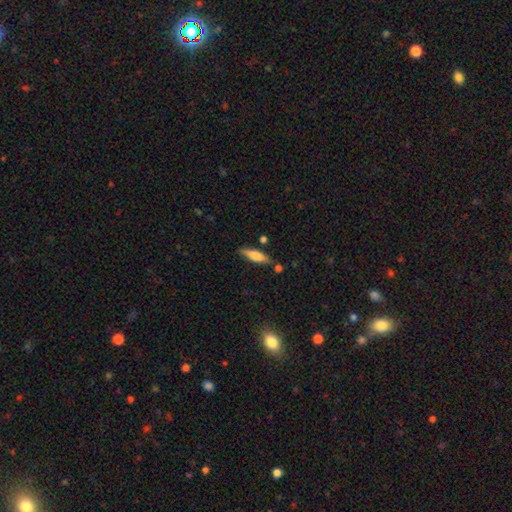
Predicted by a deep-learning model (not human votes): A smooth galaxy with no disk features (73%) that is cigar-shaped (60%).

Vote fractions:
- Smooth or featured? smooth: 73% / featured or disk: 21% / star or artifact: 6%
- How rounded? cigar-shaped: 60% / in between: 38% / round: 2%
- Merging? none: 77% / minor disturbance: 14% / merger: 6% / major disturbance: 3%